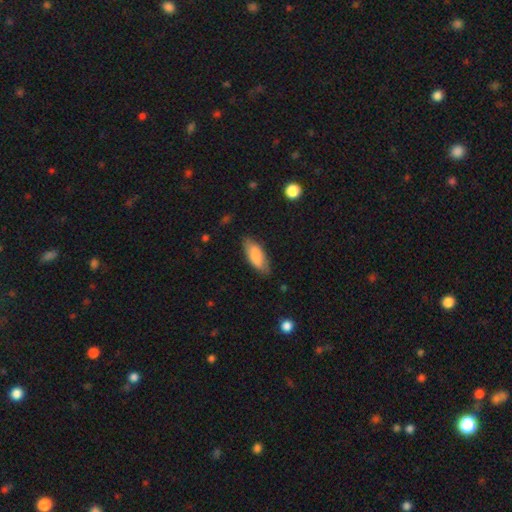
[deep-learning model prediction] smooth 79%, featured or disk 15%, star or artifact 6%. Down the decision tree: how rounded — in between (77%); merging — none (80%).